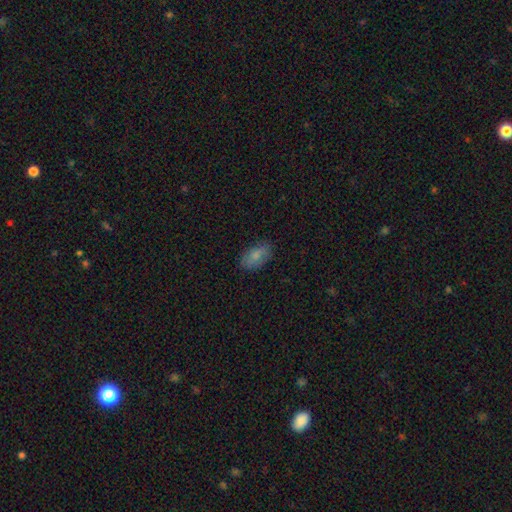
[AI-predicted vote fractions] Smooth or featured?
  - smooth: 80% *
  - featured or disk: 13%
  - star or artifact: 7%
How rounded?
  - in between: 93% *
  - round: 4%
  - cigar-shaped: 3%
Merging?
  - none: 82% *
  - minor disturbance: 14%
  - major disturbance: 3%
  - merger: 1%